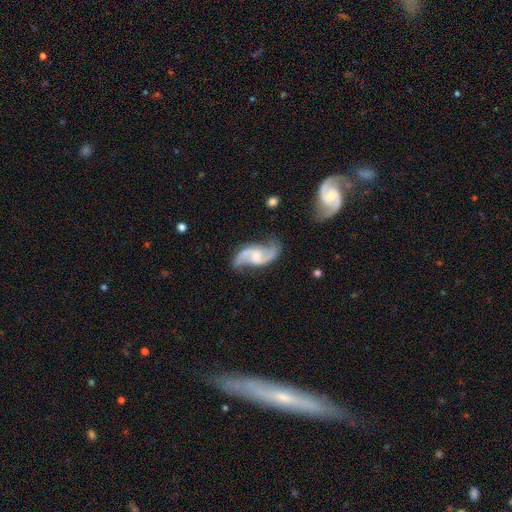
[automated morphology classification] Smooth or featured?
  - featured or disk: 90% *
  - smooth: 5%
  - star or artifact: 4%
Edge-on disk?
  - no: 97% *
  - yes: 3%
Bar?
  - weak: 49% *
  - no: 39%
  - strong: 13%
Spiral arms?
  - yes: 97% *
  - no: 3%
Spiral winding?
  - loose: 57% *
  - medium: 36%
  - tight: 7%
Spiral arm count?
  - 2: 93% *
  - can't tell: 2%
  - 1: 1%
  - 3: 1%
  - 4: 1%
  - more than 4: 1%
Bulge size?
  - small: 48% *
  - moderate: 34%
  - none: 14%
  - large: 3%
  - dominant: 1%
Merging?
  - none: 72% *
  - minor disturbance: 17%
  - major disturbance: 8%
  - merger: 3%